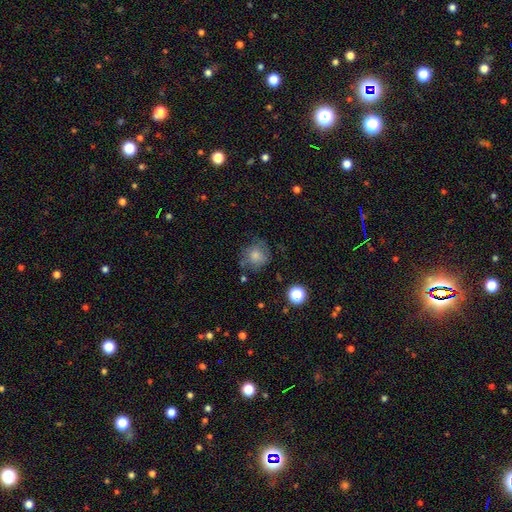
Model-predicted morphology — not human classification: Smooth or featured? Predicted: smooth (p=0.72). How rounded? Predicted: round (p=0.85). Merging? Predicted: none (p=0.62).